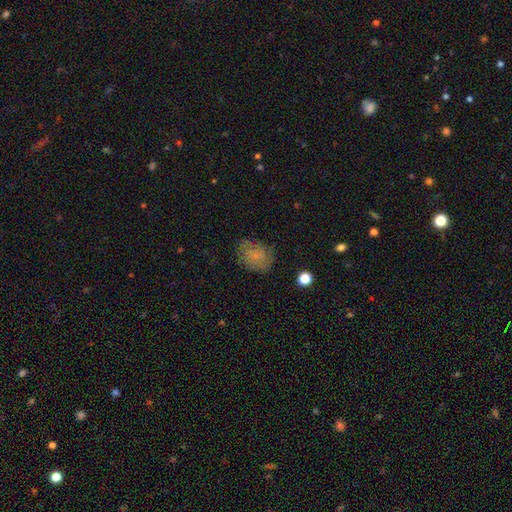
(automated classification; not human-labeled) Smooth or featured? Predicted: smooth (p=0.60). How rounded? Predicted: in between (p=0.59). Merging? Predicted: none (p=0.68).